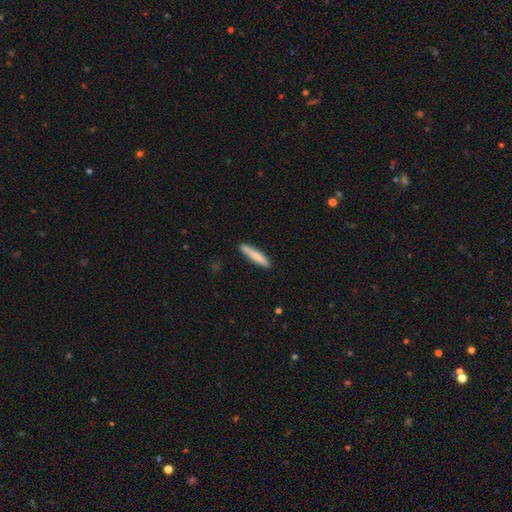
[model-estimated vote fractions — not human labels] This is likely a smooth galaxy (78%). How rounded: clearly cigar-shaped (92%). Merging: clearly none (88%).